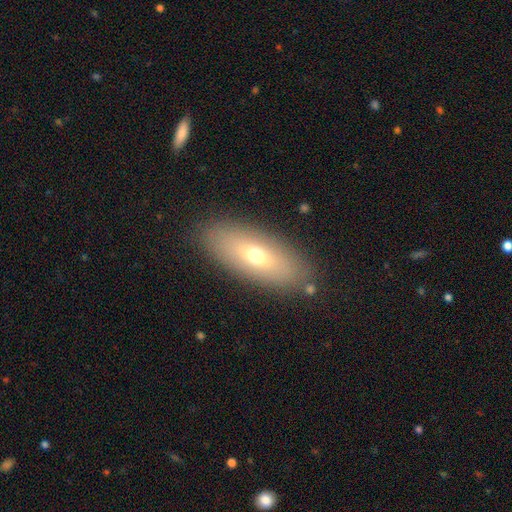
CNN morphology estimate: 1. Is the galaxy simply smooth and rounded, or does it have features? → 63% smooth, 28% featured or disk, 9% star or artifact.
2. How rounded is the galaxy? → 74% in between, 22% cigar-shaped, 4% round.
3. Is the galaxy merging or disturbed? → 85% none, 9% minor disturbance, 4% major disturbance, 2% merger.